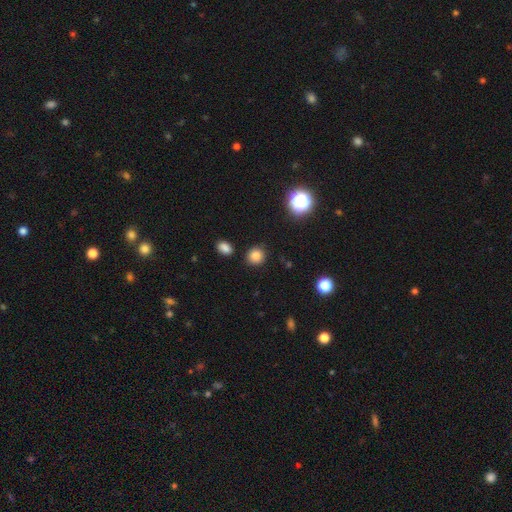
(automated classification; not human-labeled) A smooth galaxy with no disk features (82%) that is round (88%).

Vote fractions:
- Smooth or featured? smooth: 82% / star or artifact: 13% / featured or disk: 5%
- How rounded? round: 88% / in between: 11% / cigar-shaped: 1%
- Merging? none: 87% / minor disturbance: 7% / merger: 3% / major disturbance: 2%